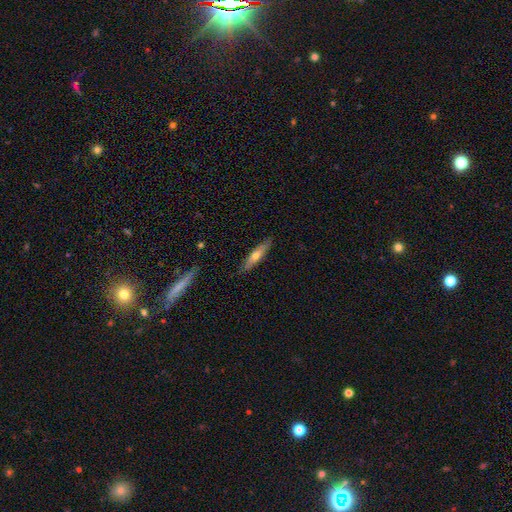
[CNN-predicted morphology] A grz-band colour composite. It shows a smooth galaxy with no disk features (50%) that is cigar-shaped (79%). Merging: none (86%).